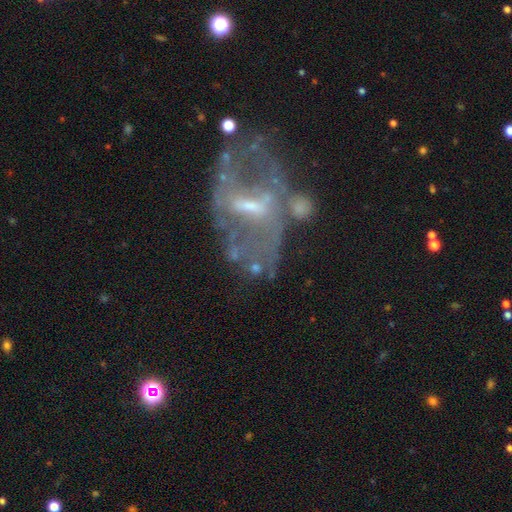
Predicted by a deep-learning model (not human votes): featured or disk 74%, smooth 14%, star or artifact 12%. Down the decision tree: edge-on disk — no (94%); bar — weak (45%); spiral arms — no (56%); bulge size — small (50%); merging — none (38%).